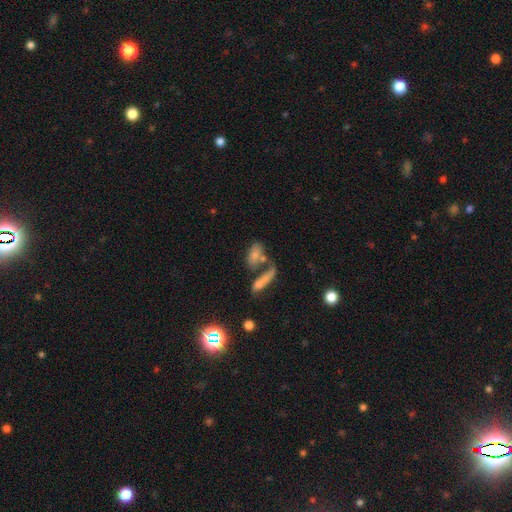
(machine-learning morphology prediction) The model was most divided on "merging": merger: 41%, none: 35%, minor disturbance: 13%, major disturbance: 10%. More confident: how rounded — in between (82%); smooth or featured — smooth (66%).